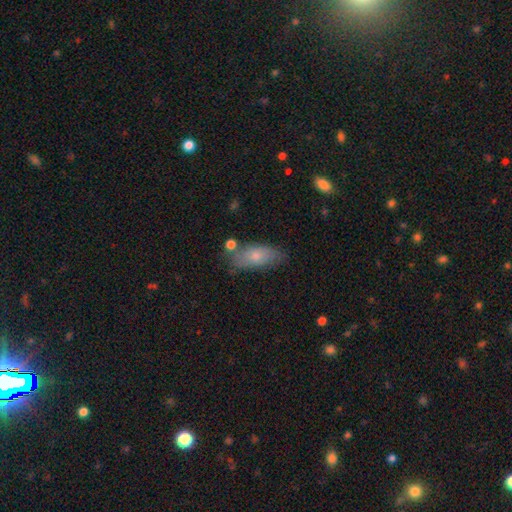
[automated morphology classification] smooth_or_featured: smooth (p=0.72) [alt: featured or disk p=0.21]
how_rounded: in between (p=0.81) [alt: cigar-shaped p=0.15]
merging: none (p=0.67) [alt: minor disturbance p=0.21]